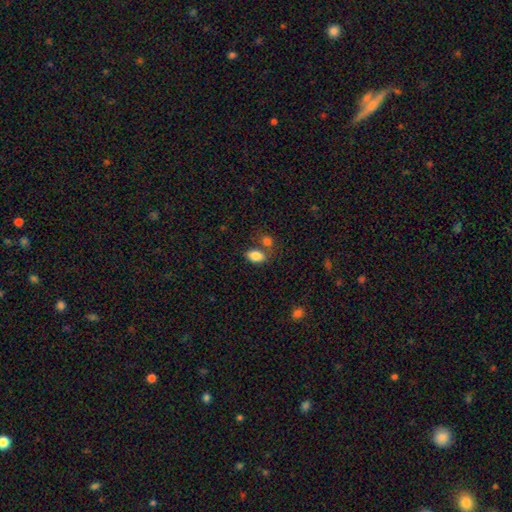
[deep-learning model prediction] smooth_or_featured: smooth (p=0.85) [alt: star or artifact p=0.08]
how_rounded: in between (p=0.90) [alt: round p=0.08]
merging: none (p=0.56) [alt: merger p=0.26]